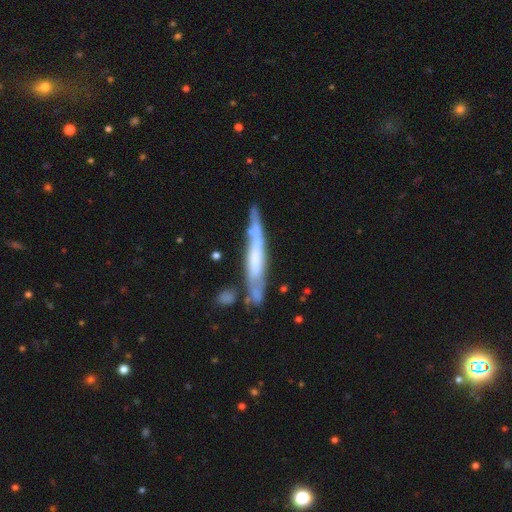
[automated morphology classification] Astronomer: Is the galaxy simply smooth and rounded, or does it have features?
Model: featured or disk — 68%.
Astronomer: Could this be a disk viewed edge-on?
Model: yes — 73%.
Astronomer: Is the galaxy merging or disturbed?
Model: none — 62%.